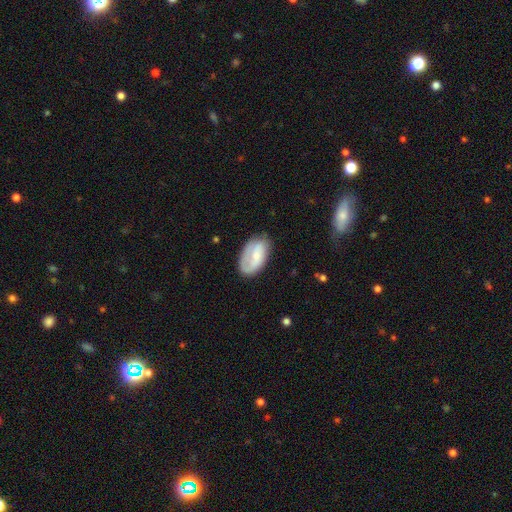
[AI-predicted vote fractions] smooth_or_featured: featured or disk (p=0.48) [alt: smooth p=0.46]
merging: none (p=0.65) [alt: minor disturbance p=0.24]